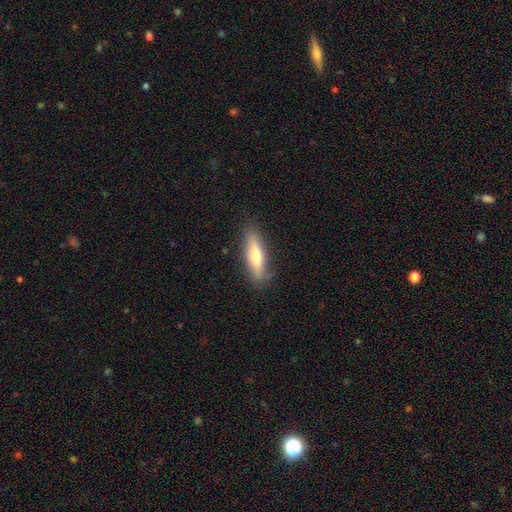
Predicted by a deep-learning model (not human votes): This is likely a smooth galaxy (63%). How rounded: likely cigar-shaped (71%). Merging: clearly none (85%).